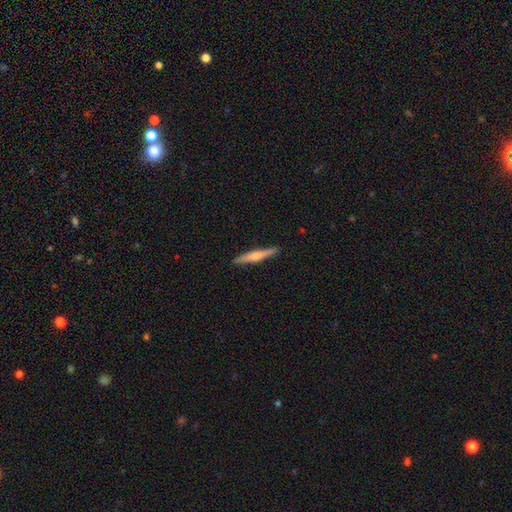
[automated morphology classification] This appears to be a featured or disk galaxy (64%) viewed edge-on (97%) with a rounded central bulge (88%). Merging: none (92%).